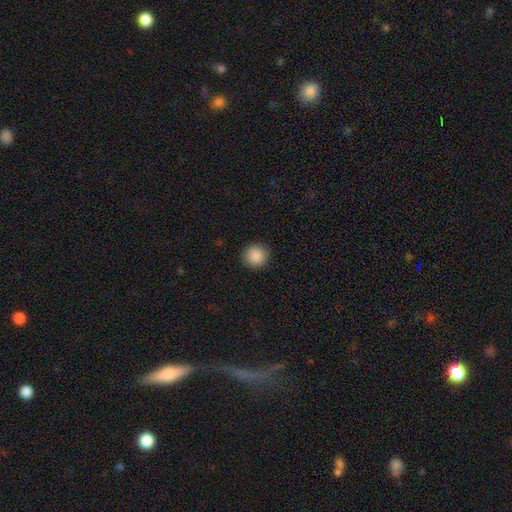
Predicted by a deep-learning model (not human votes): A smooth galaxy with no disk features (89%) that is round (94%). Merging: none (92%).